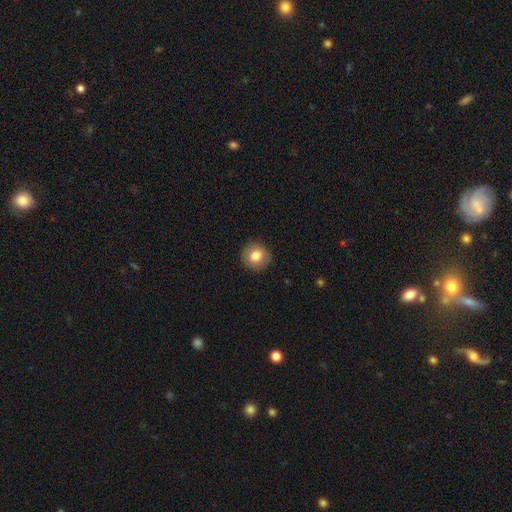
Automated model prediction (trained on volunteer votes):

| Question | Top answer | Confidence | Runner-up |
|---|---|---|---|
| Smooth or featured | smooth | 78% | featured or disk (14%) |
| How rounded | round | 89% | in between (10%) |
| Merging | none | 89% | minor disturbance (8%) |